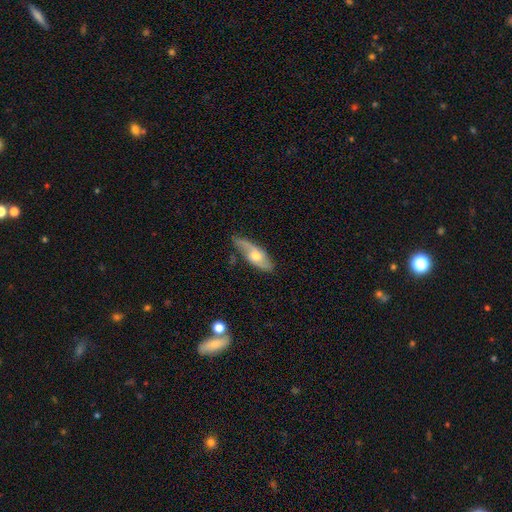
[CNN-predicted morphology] A featured or disk galaxy (55%). Merging: none (65%).